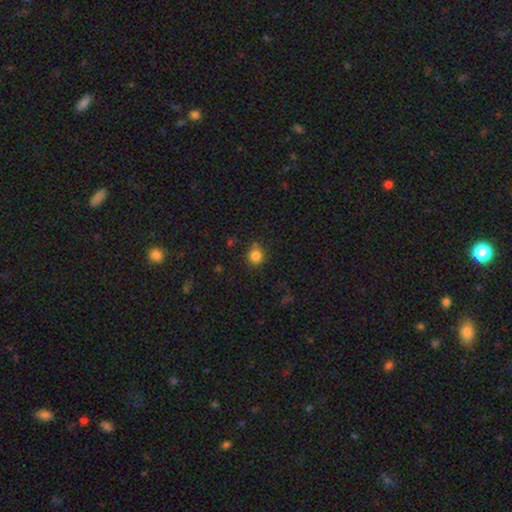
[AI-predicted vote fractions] A smooth galaxy with no disk features (83%) that is round (90%). Merging: none (79%).